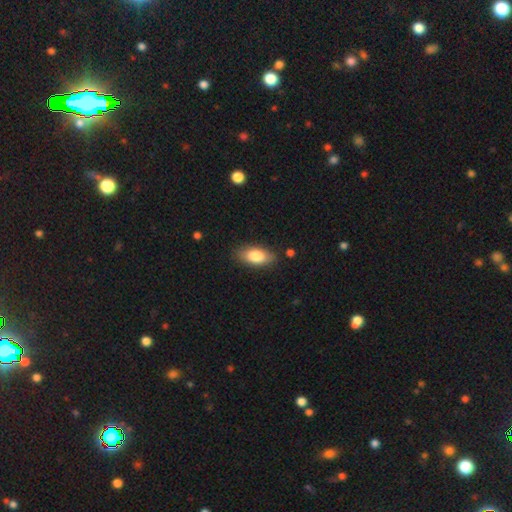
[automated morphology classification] smooth-or-featured: smooth: 80% | featured or disk: 13% | star or artifact: 7%
  how-rounded: in between: 87% | cigar-shaped: 9% | round: 4%
  merging: none: 85% | minor disturbance: 11% | major disturbance: 2% | merger: 2%